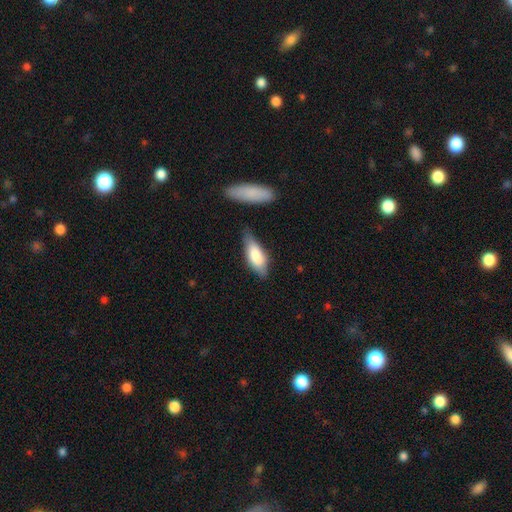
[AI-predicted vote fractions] smooth-or-featured: smooth: 76% | featured or disk: 18% | star or artifact: 6%
  how-rounded: in between: 70% | cigar-shaped: 28% | round: 2%
  merging: none: 65% | minor disturbance: 24% | major disturbance: 6% | merger: 6%